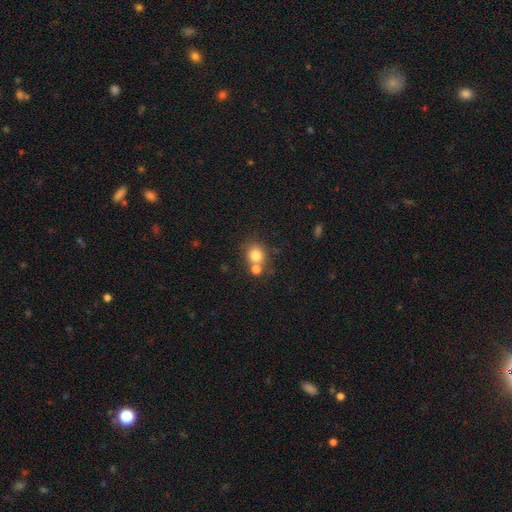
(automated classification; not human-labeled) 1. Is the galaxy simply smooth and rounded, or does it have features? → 79% smooth, 11% star or artifact, 10% featured or disk.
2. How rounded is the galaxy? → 81% round, 18% in between, 1% cigar-shaped.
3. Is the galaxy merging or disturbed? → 54% none, 34% merger, 9% minor disturbance, 4% major disturbance.